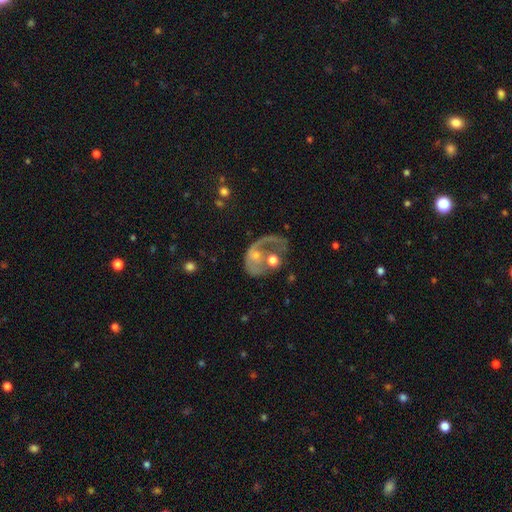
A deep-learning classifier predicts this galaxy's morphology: Smooth or featured? Predicted: featured or disk (p=0.63). Edge-on disk? Predicted: no (p=0.98). Bar? Predicted: no (p=0.83). Spiral arms? Predicted: yes (p=0.52). Bulge size? Predicted: small (p=0.45). Merging? Predicted: major disturbance (p=0.41).